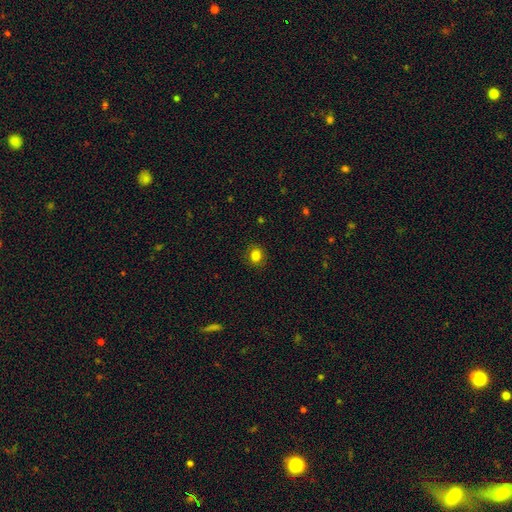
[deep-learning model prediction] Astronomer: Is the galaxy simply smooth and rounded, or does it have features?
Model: smooth — 83%.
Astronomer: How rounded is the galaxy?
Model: round — 70%.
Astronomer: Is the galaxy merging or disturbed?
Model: none — 87%.